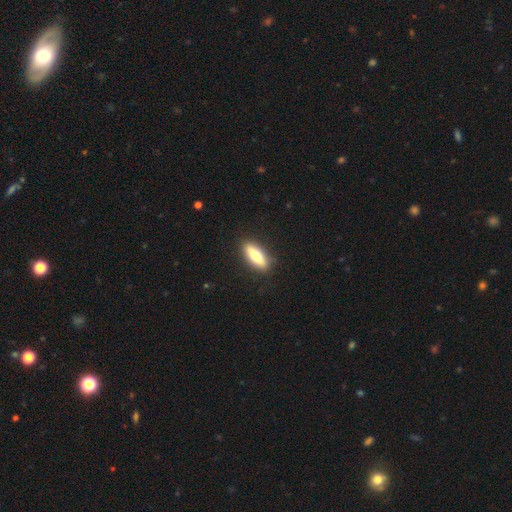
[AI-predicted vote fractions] Smooth or featured: smooth — 68% (featured or disk — 27%)
How rounded: cigar-shaped — 49% (tied with in between — 49%)
Merging: none — 89% (minor disturbance — 8%)